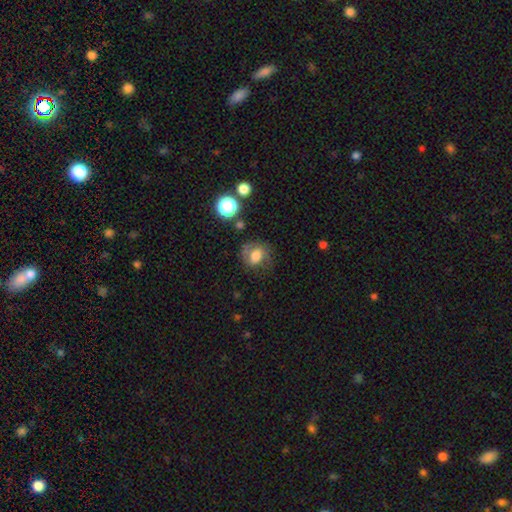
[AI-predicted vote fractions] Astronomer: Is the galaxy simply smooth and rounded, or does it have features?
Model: smooth — 55% (runner-up: featured or disk, 34%).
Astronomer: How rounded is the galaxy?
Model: round — 66%.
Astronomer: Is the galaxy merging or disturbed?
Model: none — 61%.